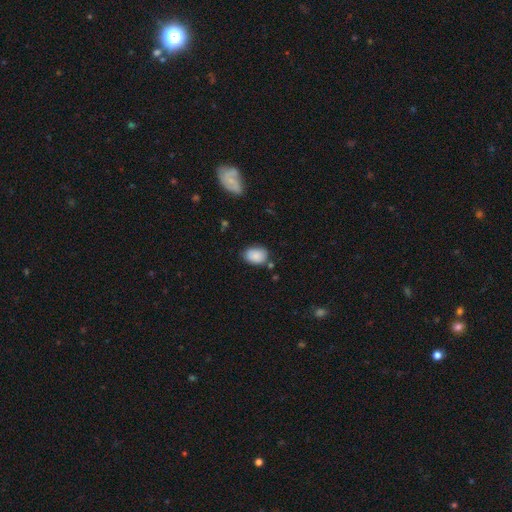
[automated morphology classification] Q: Smooth or featured?
A: smooth (87%); runner-up: star or artifact (7%)
Q: How rounded?
A: in between (78%); runner-up: round (21%)
Q: Merging?
A: none (72%); runner-up: minor disturbance (19%)